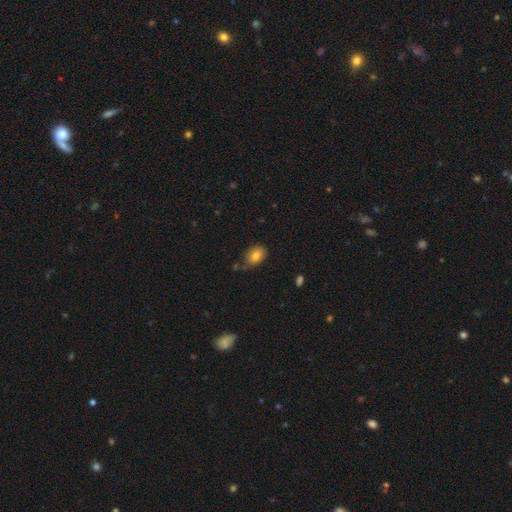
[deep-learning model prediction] Smooth or featured? smooth (82%)
How rounded? in between (82%)
Merging? none (73%)